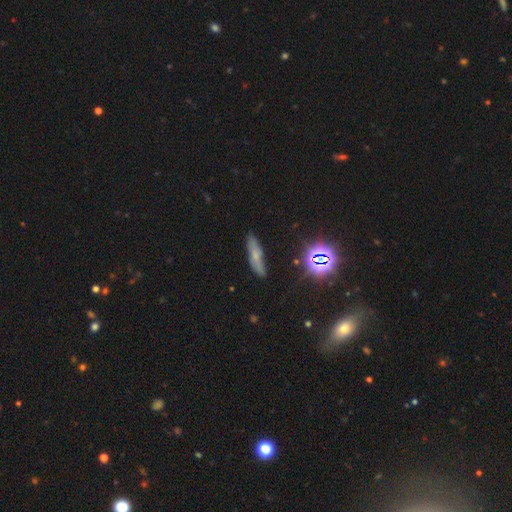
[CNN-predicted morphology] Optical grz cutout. It shows a smooth galaxy with no disk features (56%) that is cigar-shaped (68%). Merging: none (77%).